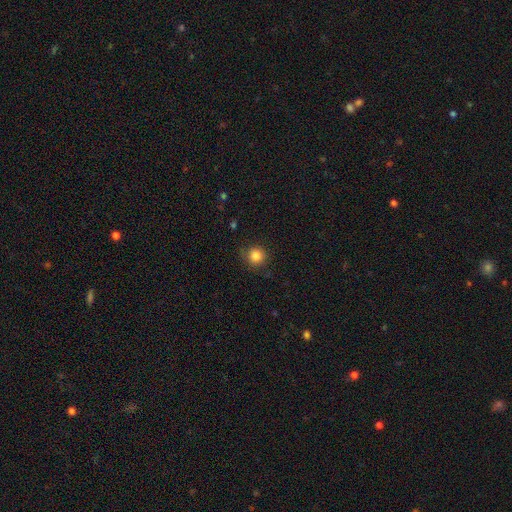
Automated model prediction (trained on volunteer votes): Q: Smooth or featured?
A: smooth (85%); runner-up: star or artifact (11%)
Q: How rounded?
A: round (93%); runner-up: in between (7%)
Q: Merging?
A: none (83%); runner-up: minor disturbance (12%)